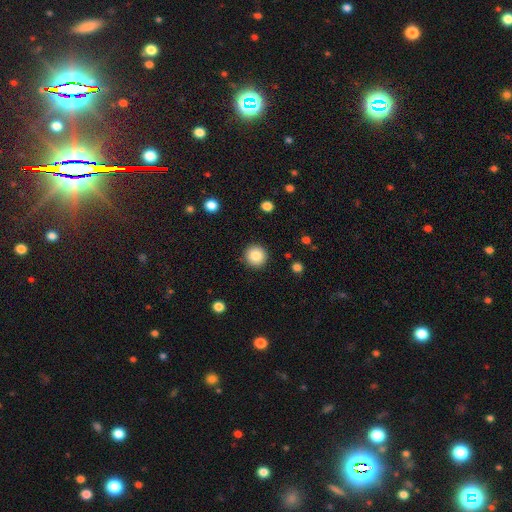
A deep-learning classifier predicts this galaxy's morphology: The model was most divided on "smooth or featured": smooth: 86%, star or artifact: 9%, featured or disk: 5%. More confident: how rounded — round (94%); merging — none (91%).